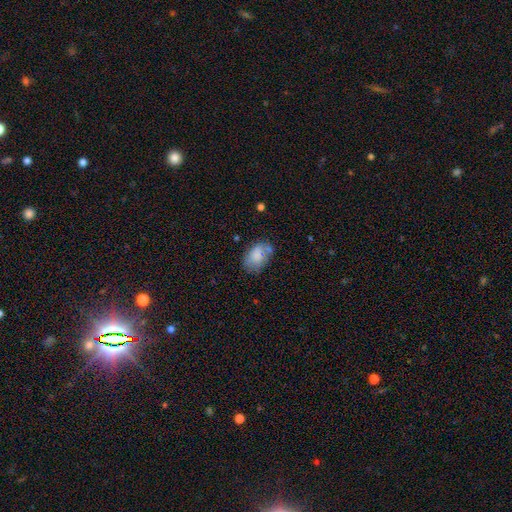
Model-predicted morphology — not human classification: Smooth or featured? smooth (76%)
How rounded? in between (85%)
Merging? none (57%)